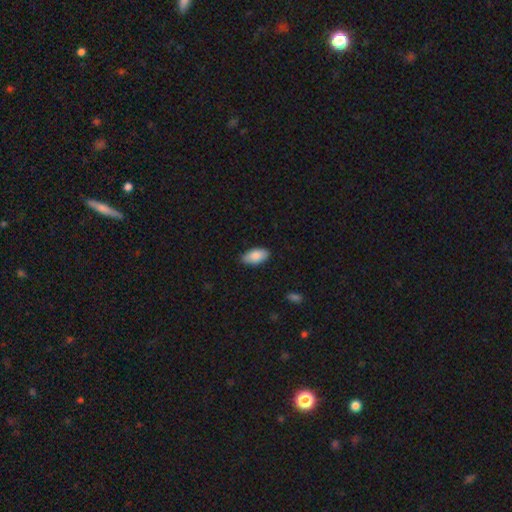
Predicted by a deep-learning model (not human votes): Overall: smooth (87%). How rounded: in between (94%). Merging: none (84%).